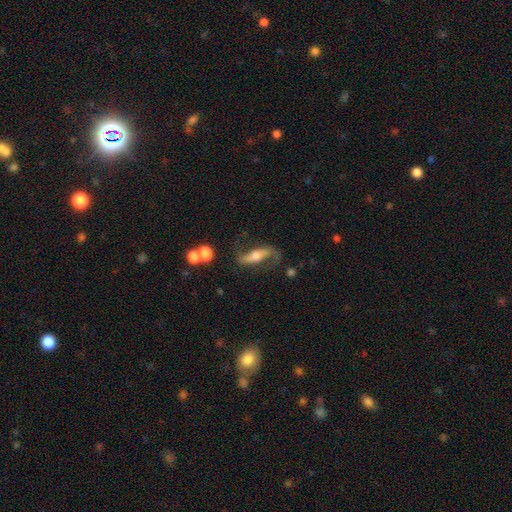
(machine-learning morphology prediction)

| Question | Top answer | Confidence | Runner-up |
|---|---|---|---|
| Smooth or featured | featured or disk | 77% | smooth (16%) |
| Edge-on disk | no | 79% | yes (21%) |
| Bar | strong | 43% | no (32%) |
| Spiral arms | yes | 92% | no (8%) |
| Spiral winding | loose | 79% | medium (16%) |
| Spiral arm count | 2 | 90% | 1 (4%) |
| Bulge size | moderate | 55% | small (24%) |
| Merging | none | 67% | minor disturbance (16%) |